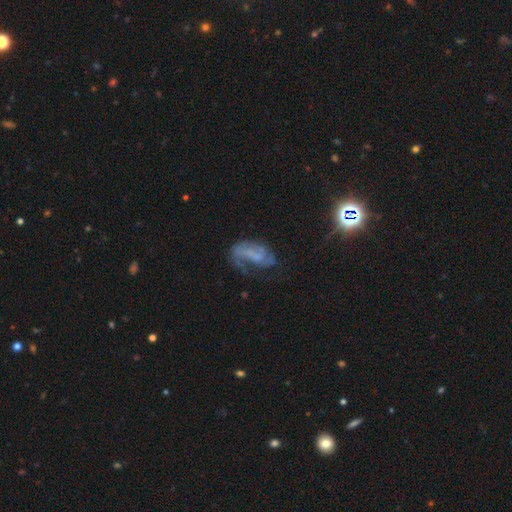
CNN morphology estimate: This appears to be a featured or disk galaxy (64%) with no bar (52%), spiral arms (77%) and no central bulge (52%). Merging: none (41%).